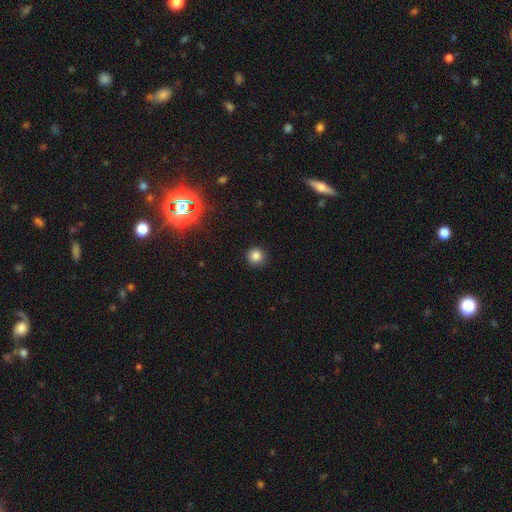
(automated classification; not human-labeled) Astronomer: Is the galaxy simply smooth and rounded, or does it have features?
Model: smooth — 81%.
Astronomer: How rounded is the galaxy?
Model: round — 94%.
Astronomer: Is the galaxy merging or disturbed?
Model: none — 91%.